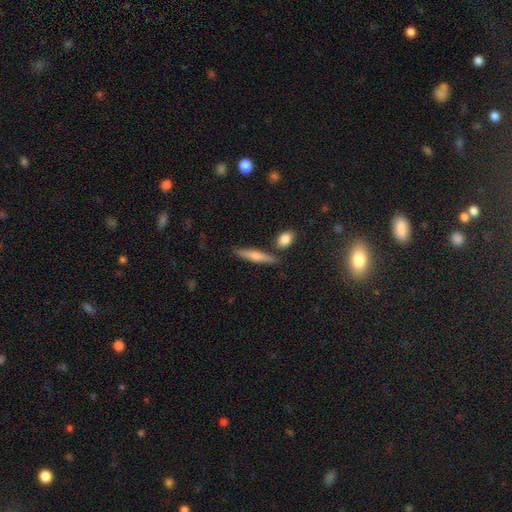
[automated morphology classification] This is possibly a smooth galaxy (58%). How rounded: clearly cigar-shaped (82%). Merging: likely none (80%).